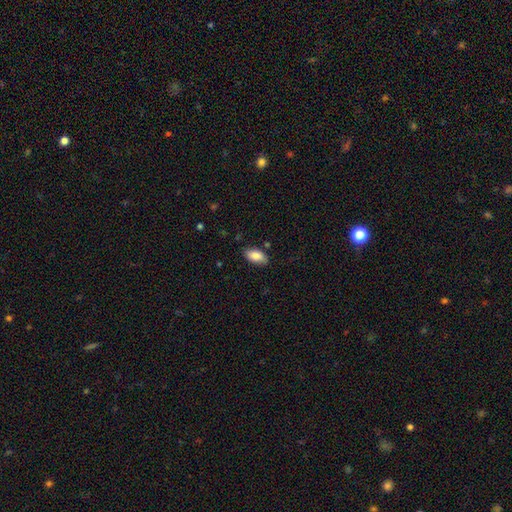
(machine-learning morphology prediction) Smooth or featured? smooth (85%)
How rounded? in between (93%)
Merging? none (81%)